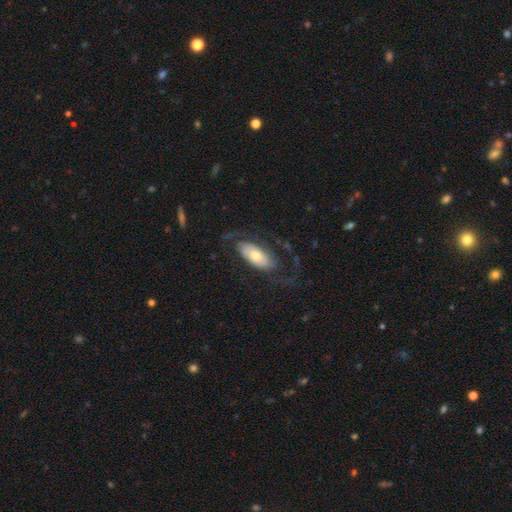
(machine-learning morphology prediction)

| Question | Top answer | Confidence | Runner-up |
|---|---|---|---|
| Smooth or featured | featured or disk | 54% | smooth (40%) |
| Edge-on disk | no | 87% | yes (13%) |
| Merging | none | 57% | major disturbance (24%) |